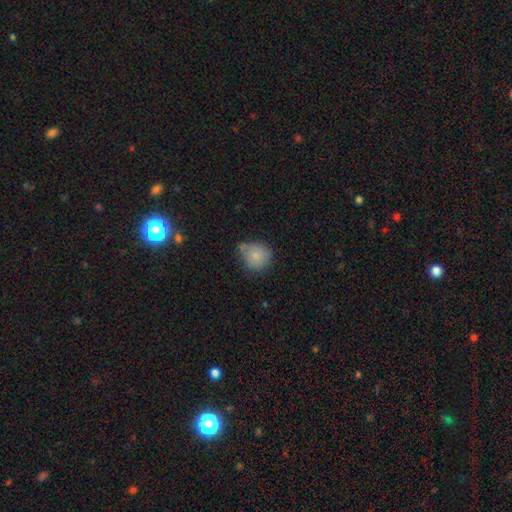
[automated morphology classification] type=smooth (79%); roundness=round (75%); merging=none (50%).